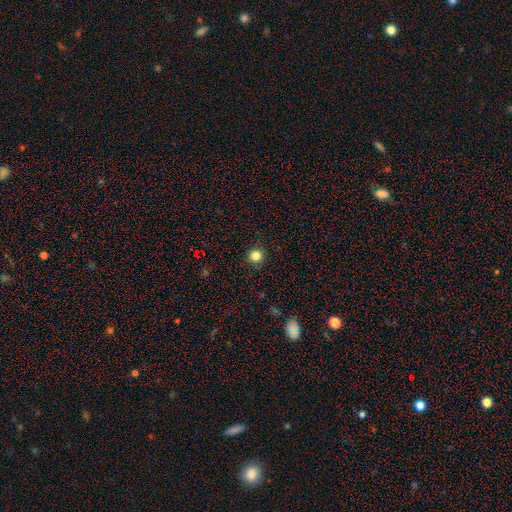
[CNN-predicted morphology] A smooth galaxy with no disk features (82%) that is round (94%). Merging: none (90%).